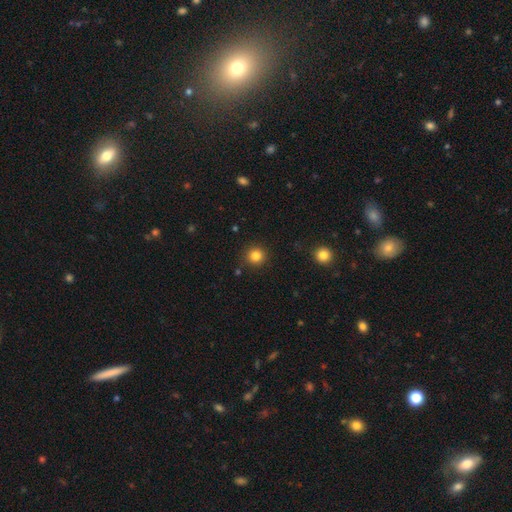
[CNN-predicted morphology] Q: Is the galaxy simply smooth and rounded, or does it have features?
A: smooth — 82%.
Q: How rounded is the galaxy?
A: round — 93%.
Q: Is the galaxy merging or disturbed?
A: none — 90%.